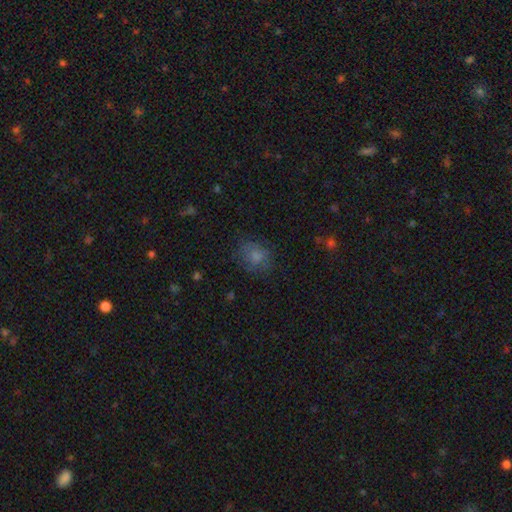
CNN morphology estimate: Smooth or featured: smooth — 73% (featured or disk — 14%)
How rounded: round — 64% (in between — 35%)
Merging: none — 70% (minor disturbance — 19%)